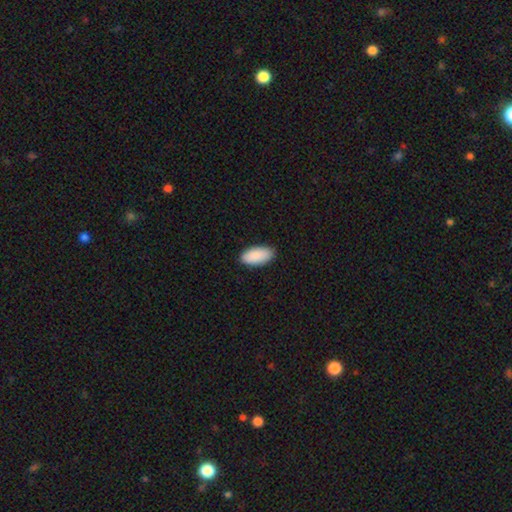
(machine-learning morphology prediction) Smooth or featured: smooth — 91% (star or artifact — 6%)
How rounded: in between — 94% (cigar-shaped — 4%)
Merging: none — 85% (minor disturbance — 12%)